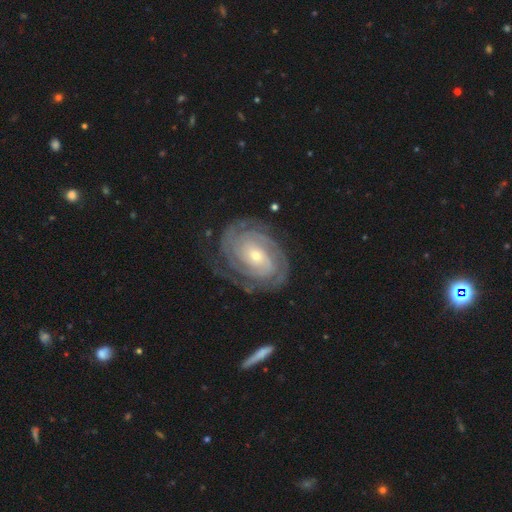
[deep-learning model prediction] Smooth or featured? Predicted: featured or disk (p=0.91). Edge-on disk? Predicted: no (p=0.97). Bar? Predicted: no (p=0.62). Spiral arms? Predicted: yes (p=0.98). Spiral winding? Predicted: tight (p=0.82). Spiral arm count? Predicted: 2 (p=0.32). Bulge size? Predicted: small (p=0.65). Merging? Predicted: none (p=0.78).